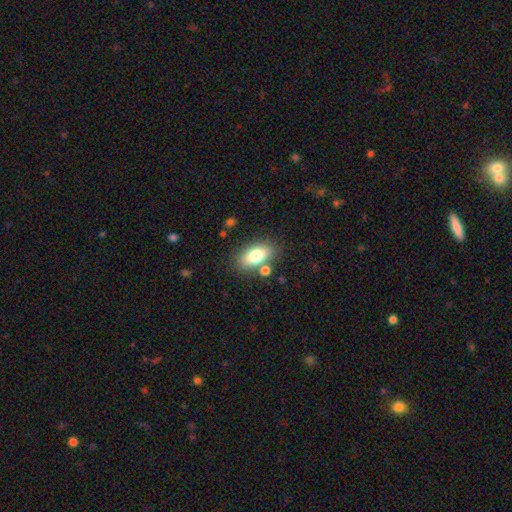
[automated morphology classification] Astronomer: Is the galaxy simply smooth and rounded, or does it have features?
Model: smooth — 75%.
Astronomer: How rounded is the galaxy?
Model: in between — 87%.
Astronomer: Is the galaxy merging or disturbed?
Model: none — 74%.